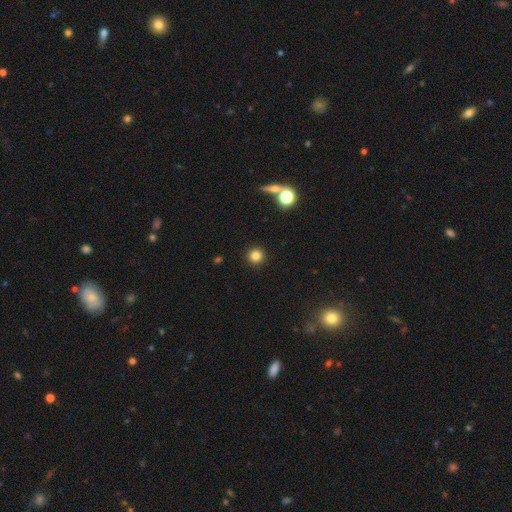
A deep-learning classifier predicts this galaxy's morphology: A smooth galaxy with no disk features (82%) that is round (95%). Merging: none (92%).